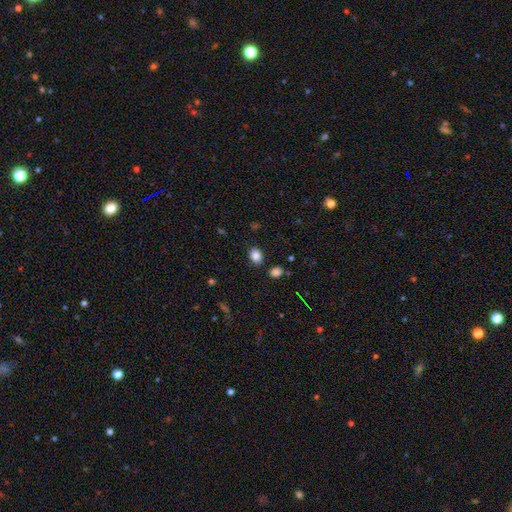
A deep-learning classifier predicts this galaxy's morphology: Overall: smooth (85%). How rounded: in between (69%; round 30%). Merging: none (85%).